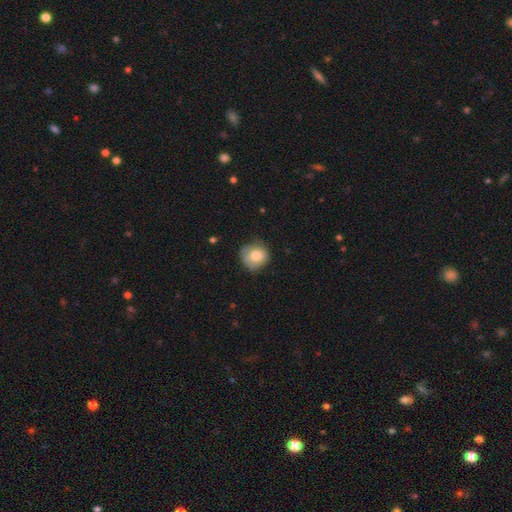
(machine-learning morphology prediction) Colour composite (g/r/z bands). It shows a smooth galaxy with no disk features (78%) that is round (86%). Merging: none (62%).